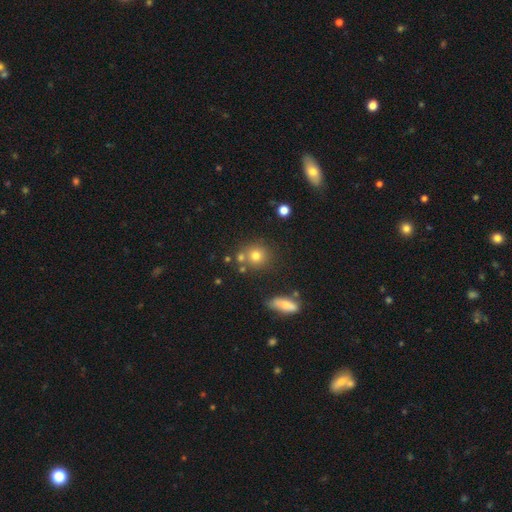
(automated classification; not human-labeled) smooth-or-featured: smooth: 75% | star or artifact: 14% | featured or disk: 11%
  how-rounded: round: 86% | in between: 12% | cigar-shaped: 1%
  merging: none: 69% | merger: 16% | minor disturbance: 11% | major disturbance: 4%